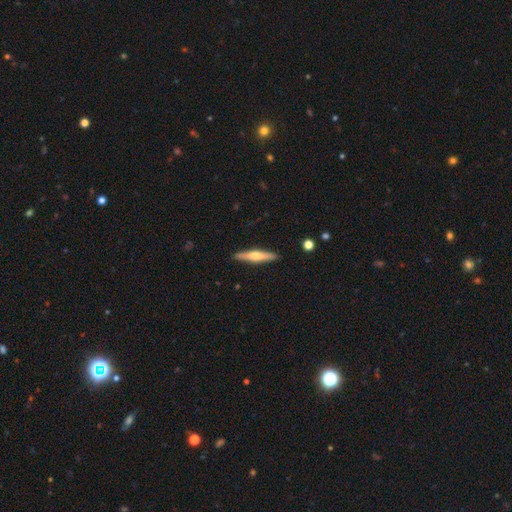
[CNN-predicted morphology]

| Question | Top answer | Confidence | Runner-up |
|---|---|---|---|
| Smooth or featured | featured or disk | 52% | smooth (43%) |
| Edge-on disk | yes | 96% | no (4%) |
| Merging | none | 90% | minor disturbance (7%) |